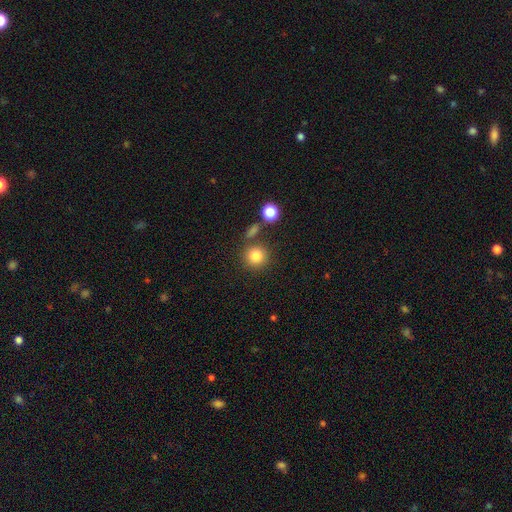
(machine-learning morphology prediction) A smooth galaxy with no disk features (82%) that is round (91%). Merging: none (77%).